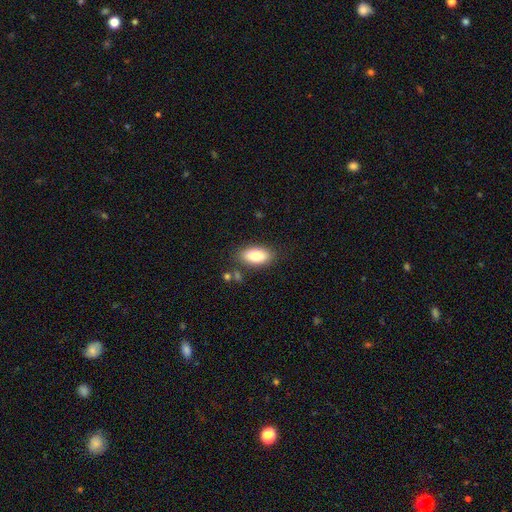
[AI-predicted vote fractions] Smooth or featured: smooth — 82% (featured or disk — 11%)
How rounded: in between — 91% (cigar-shaped — 6%)
Merging: none — 81% (minor disturbance — 12%)